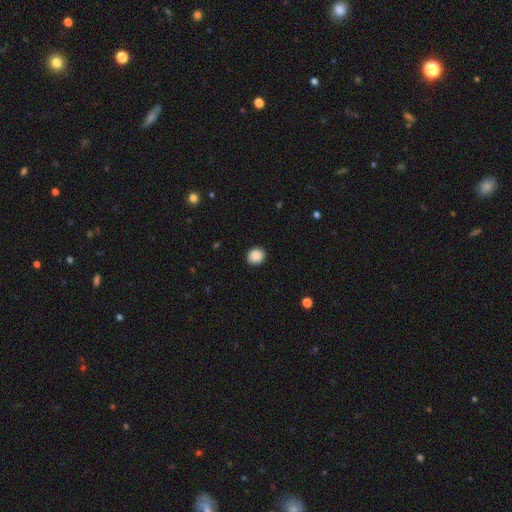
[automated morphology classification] Smooth or featured?
  - smooth: 89% *
  - star or artifact: 9%
  - featured or disk: 3%
How rounded?
  - round: 84% *
  - in between: 15%
  - cigar-shaped: 1%
Merging?
  - none: 91% *
  - minor disturbance: 6%
  - major disturbance: 2%
  - merger: 1%